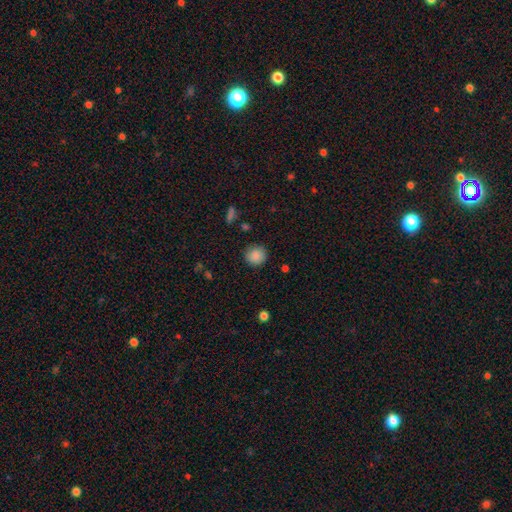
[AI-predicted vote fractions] Smooth or featured: smooth — 87% (star or artifact — 9%)
How rounded: round — 90% (in between — 9%)
Merging: none — 87% (minor disturbance — 9%)